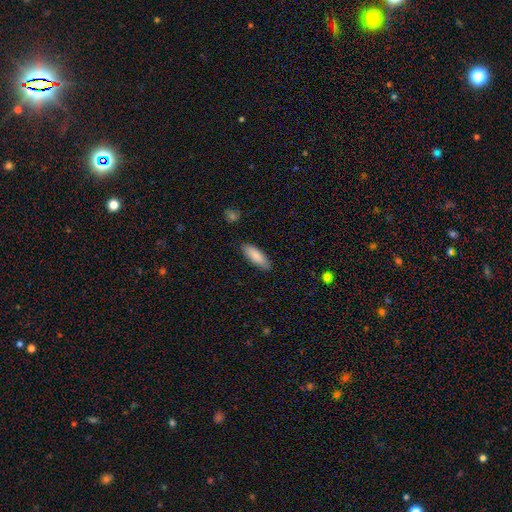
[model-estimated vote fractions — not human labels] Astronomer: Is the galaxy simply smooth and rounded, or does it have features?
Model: smooth — 87%.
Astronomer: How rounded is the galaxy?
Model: in between — 59% (runner-up: cigar-shaped, 40%).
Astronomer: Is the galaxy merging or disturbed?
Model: none — 88%.